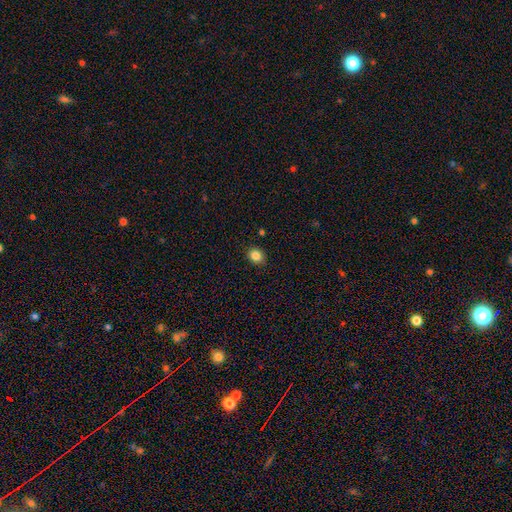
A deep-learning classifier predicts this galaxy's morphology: Q: Smooth or featured?
A: smooth (85%); runner-up: star or artifact (10%)
Q: How rounded?
A: round (60%); runner-up: in between (40%)
Q: Merging?
A: none (89%); runner-up: minor disturbance (8%)